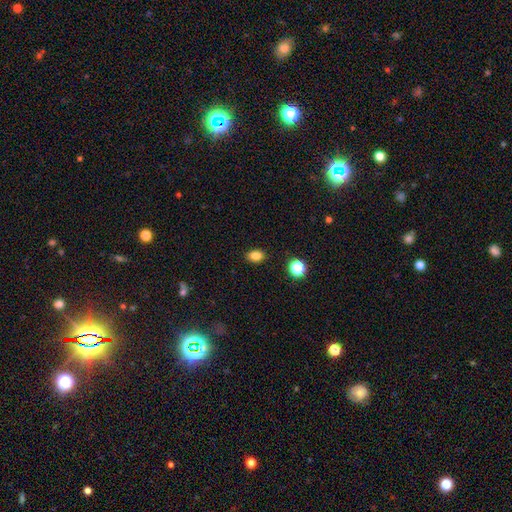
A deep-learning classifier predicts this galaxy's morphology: This is clearly a smooth galaxy (83%). How rounded: likely in between (75%). Merging: clearly none (88%).